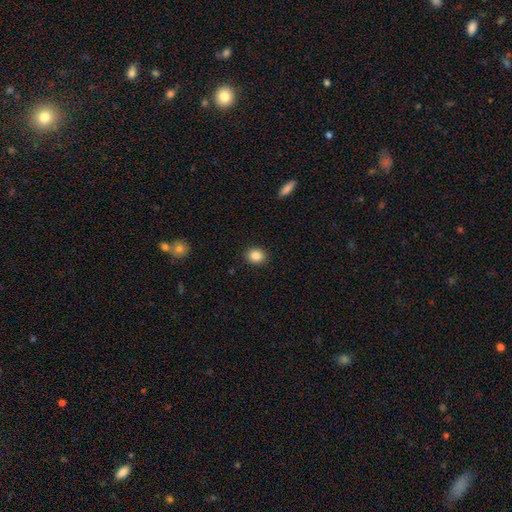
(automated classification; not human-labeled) smooth 87%, star or artifact 9%, featured or disk 4%. Down the decision tree: how rounded — round (67%); merging — none (90%).